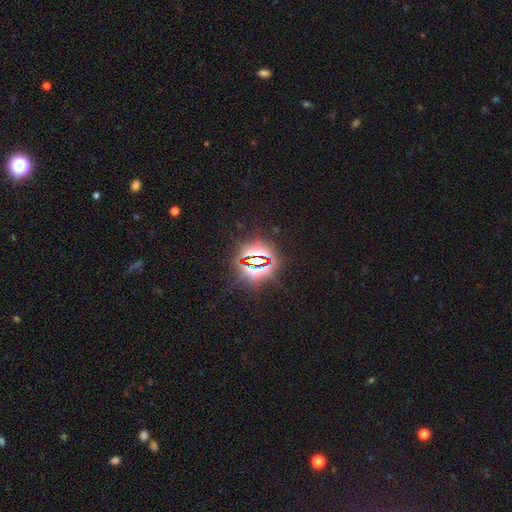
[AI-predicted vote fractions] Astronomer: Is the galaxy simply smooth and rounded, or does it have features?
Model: star or artifact — 83%.